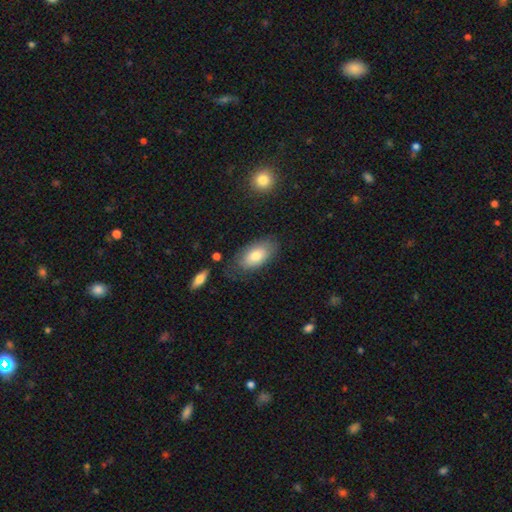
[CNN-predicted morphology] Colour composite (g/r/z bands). It shows a smooth galaxy with no disk features (76%) that is in between round and cigar-shaped (93%). Merging: none (73%).